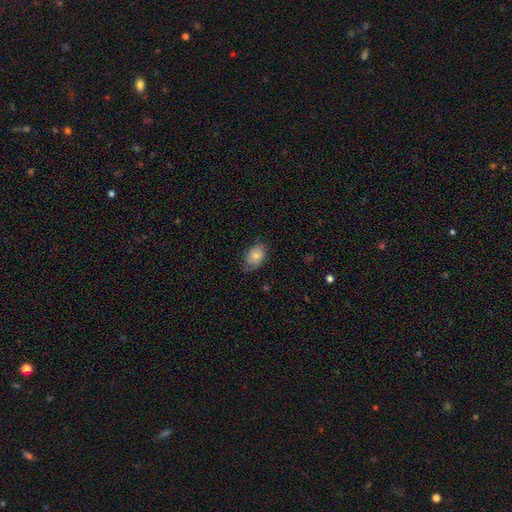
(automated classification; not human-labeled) Smooth or featured? smooth (63%)
How rounded? in between (82%)
Merging? none (61%)